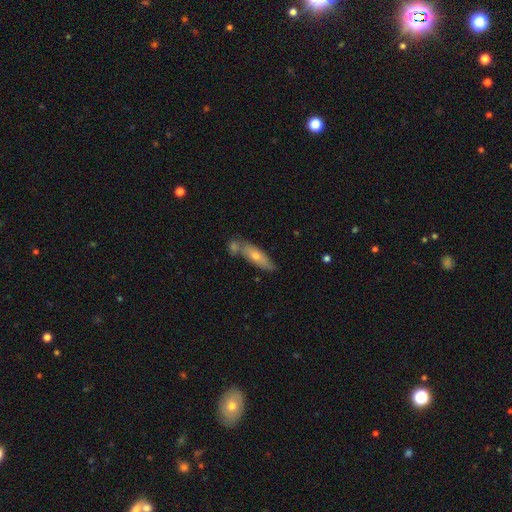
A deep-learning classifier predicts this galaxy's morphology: A smooth galaxy with no disk features (51%) that is cigar-shaped (58%). Merging: none (57%).